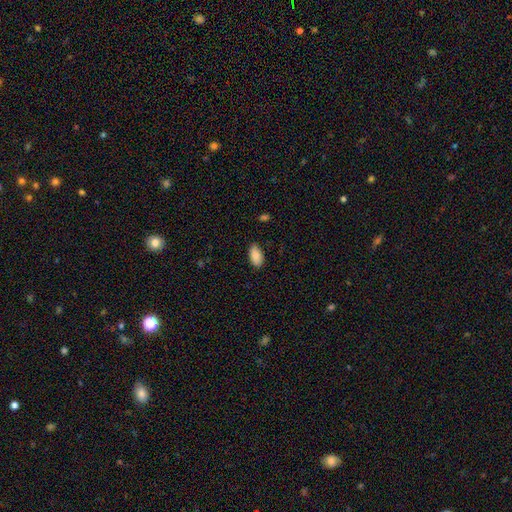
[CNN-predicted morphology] Overall: smooth (88%). How rounded: in between (94%). Merging: none (83%).